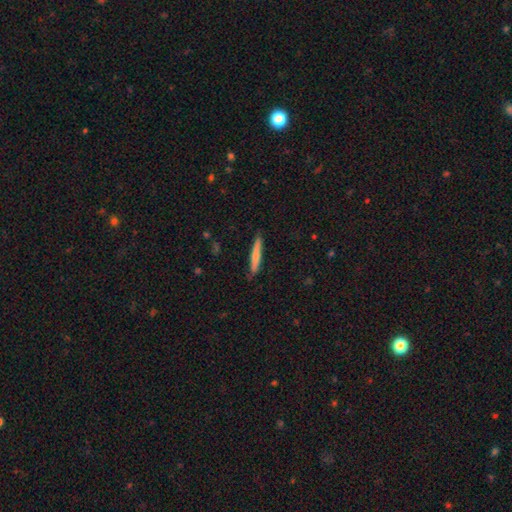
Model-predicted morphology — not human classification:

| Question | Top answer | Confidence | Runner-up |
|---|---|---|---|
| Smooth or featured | smooth | 69% | featured or disk (26%) |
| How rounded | cigar-shaped | 95% | in between (4%) |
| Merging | none | 85% | minor disturbance (12%) |